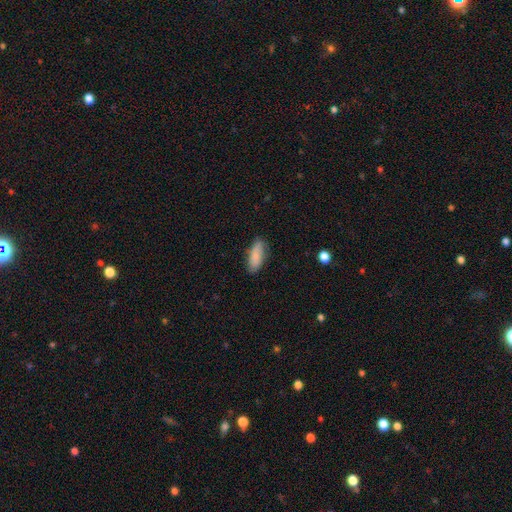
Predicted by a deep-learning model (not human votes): This appears to be a smooth galaxy with no disk features (80%) that is in between round and cigar-shaped (77%). Merging: none (78%).